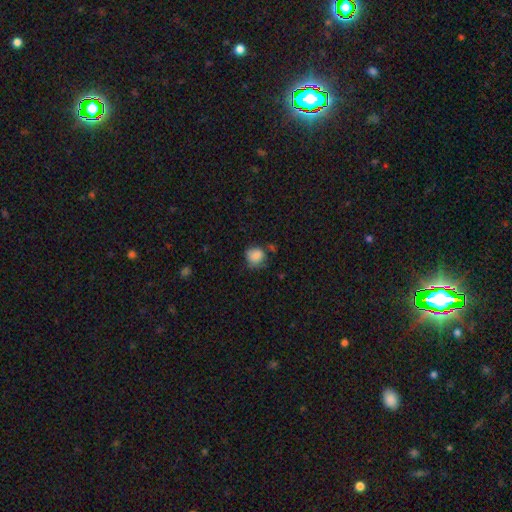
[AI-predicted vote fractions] Smooth or featured? Predicted: smooth (p=0.85). How rounded? Predicted: round (p=0.80). Merging? Predicted: none (p=0.61).